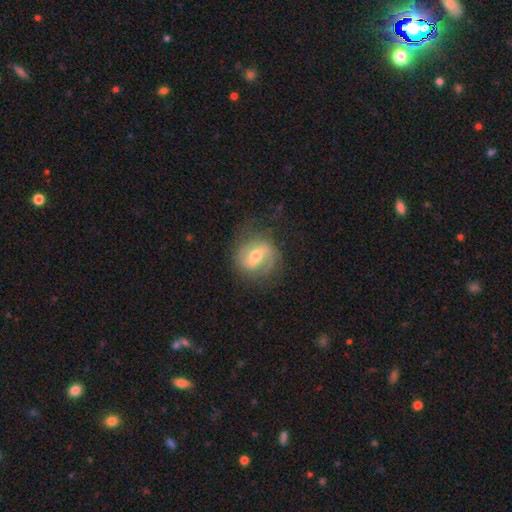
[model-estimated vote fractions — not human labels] Smooth or featured? featured or disk (72%)
Edge-on disk? no (97%)
Bar? weak (47%)
Spiral arms? yes (82%)
Spiral winding? medium (43%)
Spiral arm count? 2 (72%)
Bulge size? moderate (72%)
Merging? none (71%)